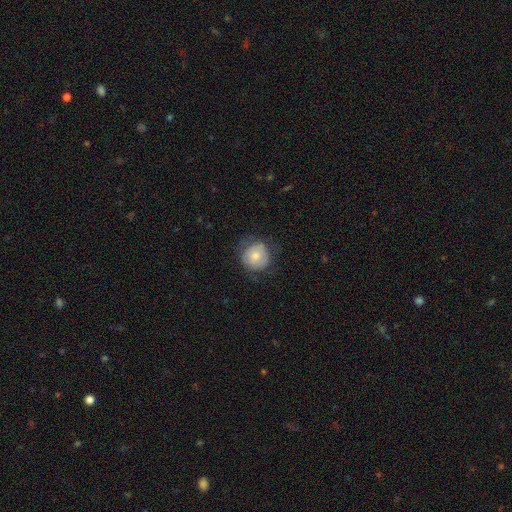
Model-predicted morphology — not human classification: smooth_or_featured: smooth (p=0.71) [alt: featured or disk p=0.21]
how_rounded: round (p=0.90) [alt: in between p=0.09]
merging: none (p=0.68) [alt: minor disturbance p=0.22]